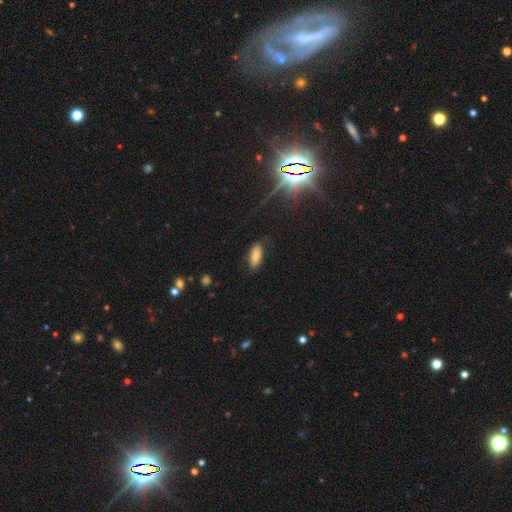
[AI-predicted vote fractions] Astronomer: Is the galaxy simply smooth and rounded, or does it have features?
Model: smooth — 76%.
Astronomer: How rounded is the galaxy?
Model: in between — 80%.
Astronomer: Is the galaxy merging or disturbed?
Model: none — 76%.